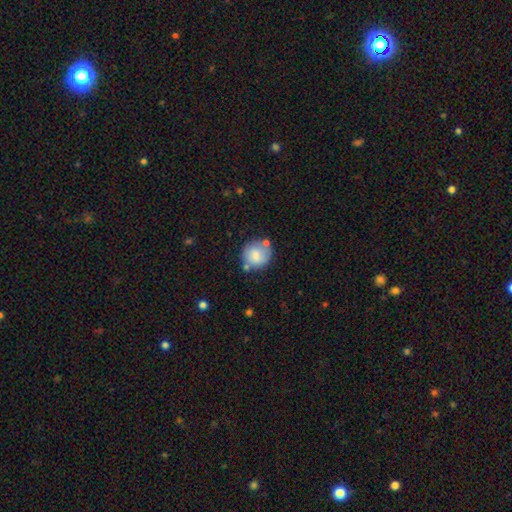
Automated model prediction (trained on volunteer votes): A smooth galaxy with no disk features (79%) that is round (88%).

Vote fractions:
- Smooth or featured? smooth: 79% / featured or disk: 14% / star or artifact: 7%
- How rounded? round: 88% / in between: 11% / cigar-shaped: 1%
- Merging? none: 68% / minor disturbance: 17% / merger: 11% / major disturbance: 5%